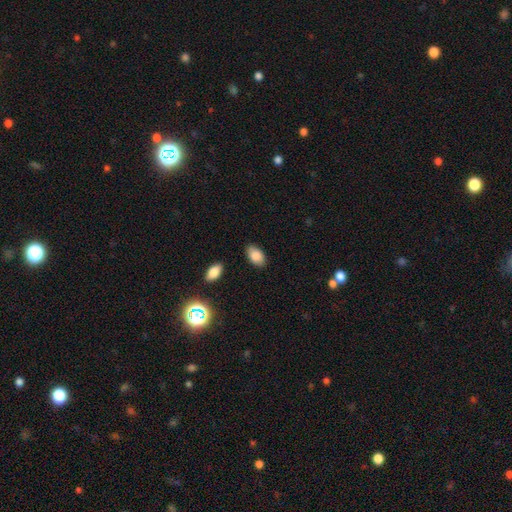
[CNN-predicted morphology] This appears to be a smooth galaxy with no disk features (86%) that is in between round and cigar-shaped (92%). Merging: none (86%).